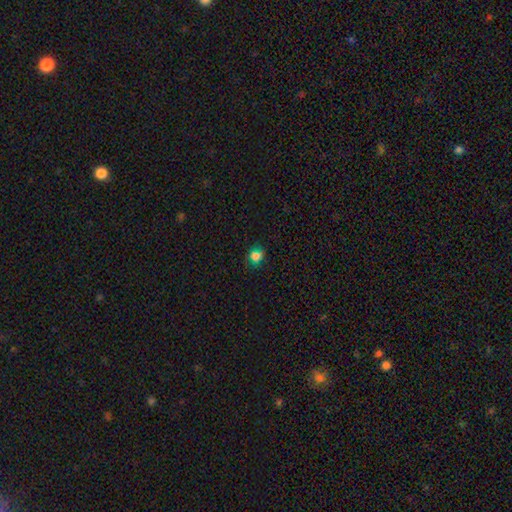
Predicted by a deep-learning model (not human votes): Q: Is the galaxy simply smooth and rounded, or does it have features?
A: smooth — 66%.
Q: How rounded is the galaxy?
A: round — 57%.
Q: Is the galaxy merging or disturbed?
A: none — 73%.